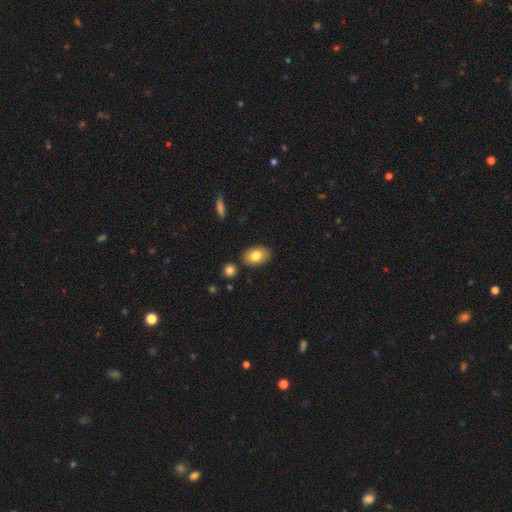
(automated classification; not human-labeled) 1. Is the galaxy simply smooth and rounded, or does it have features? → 81% smooth, 12% featured or disk, 8% star or artifact.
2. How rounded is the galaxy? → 83% in between, 15% round, 1% cigar-shaped.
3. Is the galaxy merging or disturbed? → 84% none, 10% minor disturbance, 4% merger, 2% major disturbance.